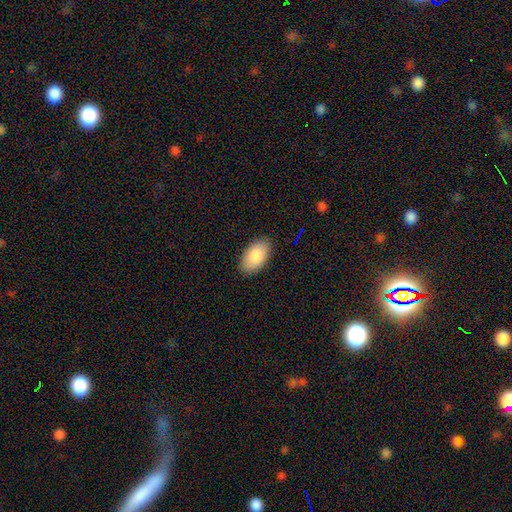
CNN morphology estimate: Smooth or featured?
  - smooth: 87% *
  - featured or disk: 7%
  - star or artifact: 6%
How rounded?
  - in between: 96% *
  - round: 3%
  - cigar-shaped: 2%
Merging?
  - none: 88% *
  - minor disturbance: 9%
  - major disturbance: 2%
  - merger: 1%